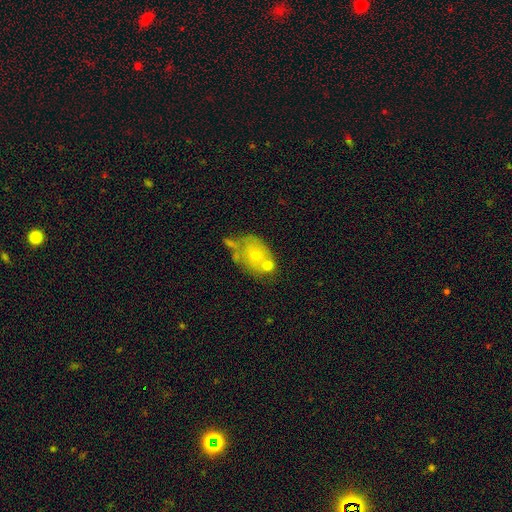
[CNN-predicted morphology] Smooth or featured? Predicted: smooth (p=0.56). How rounded? Predicted: in between (p=0.72). Merging? Predicted: none (p=0.35).